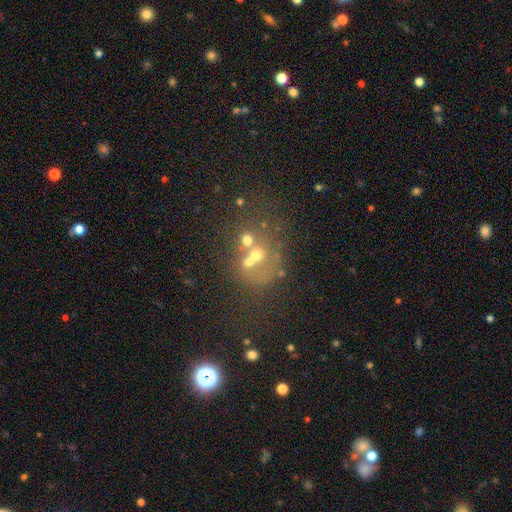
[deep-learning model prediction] A smooth galaxy with no disk features (43%). Merging: merger (48%).